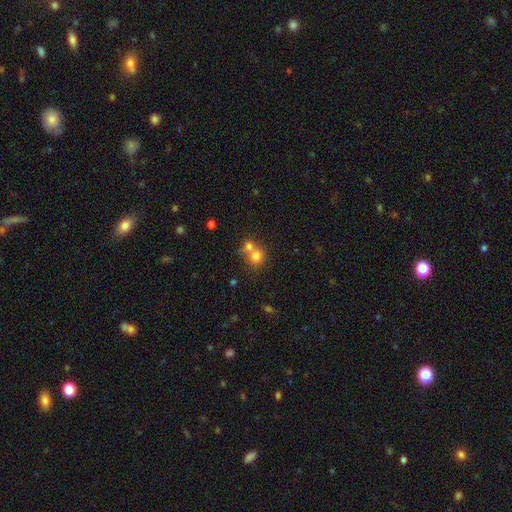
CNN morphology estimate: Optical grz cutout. It shows a smooth galaxy with no disk features (75%) that is round (79%). Merging: merger (56%).